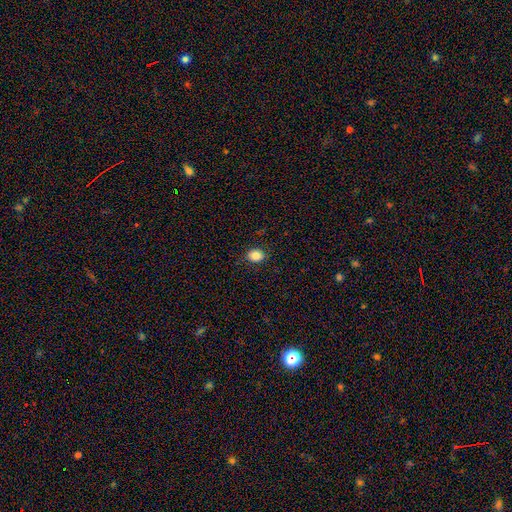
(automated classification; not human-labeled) A smooth galaxy with no disk features (84%) that is round (54%). Merging: none (88%).